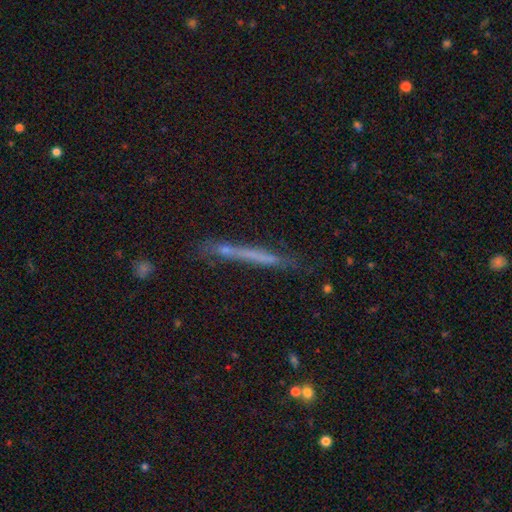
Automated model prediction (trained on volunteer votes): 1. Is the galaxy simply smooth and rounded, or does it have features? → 46% smooth, 42% featured or disk, 12% star or artifact.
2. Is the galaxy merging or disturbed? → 70% none, 19% minor disturbance, 7% major disturbance, 4% merger.